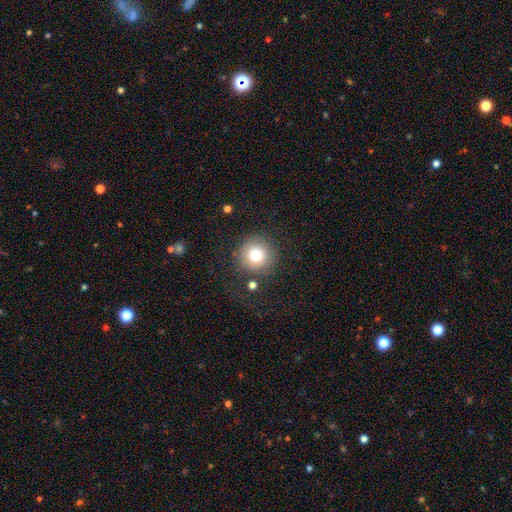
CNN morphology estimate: Smooth or featured: smooth — 76% (star or artifact — 12%)
How rounded: round — 95% (in between — 4%)
Merging: none — 84% (minor disturbance — 9%)